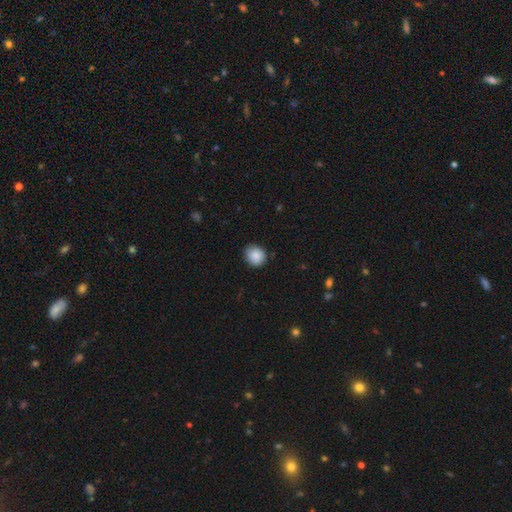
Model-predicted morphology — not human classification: This appears to be a smooth galaxy with no disk features (87%) that is round (84%). Merging: none (83%).